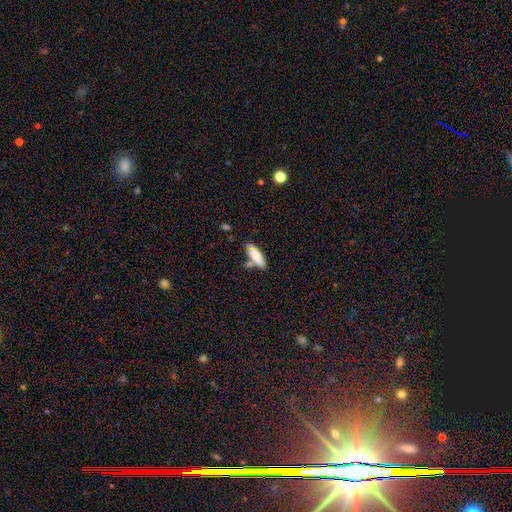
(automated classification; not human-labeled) Overall: smooth (79%). How rounded: in between (50%; cigar-shaped 48%). Merging: none (62%).